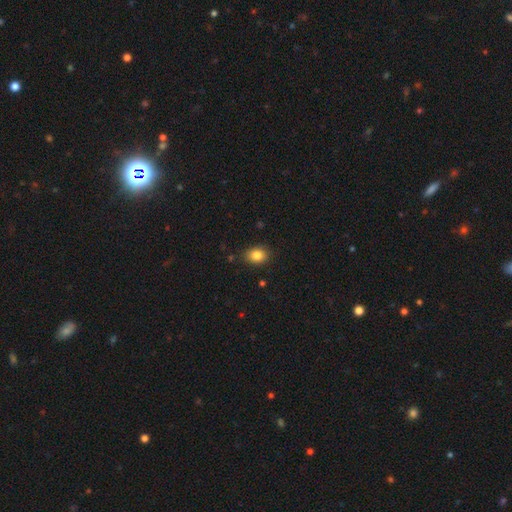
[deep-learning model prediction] smooth-or-featured: smooth: 85% | star or artifact: 9% | featured or disk: 6%
  how-rounded: in between: 66% | round: 33% | cigar-shaped: 1%
  merging: none: 85% | minor disturbance: 12% | major disturbance: 2% | merger: 1%